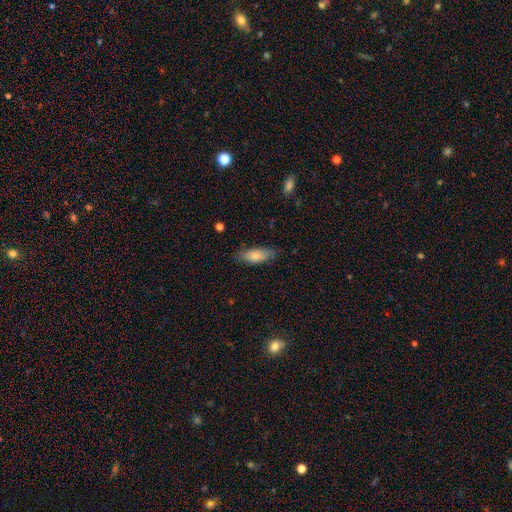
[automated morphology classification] This is likely a smooth galaxy (77%). How rounded: likely in between (75%). Merging: likely none (74%).